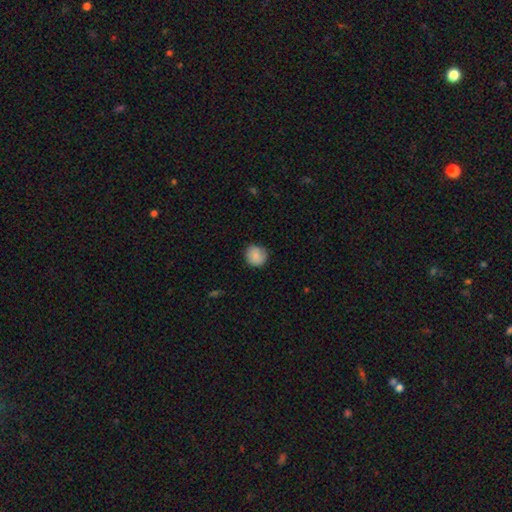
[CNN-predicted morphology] A smooth galaxy with no disk features (84%) that is round (90%). Merging: none (81%).